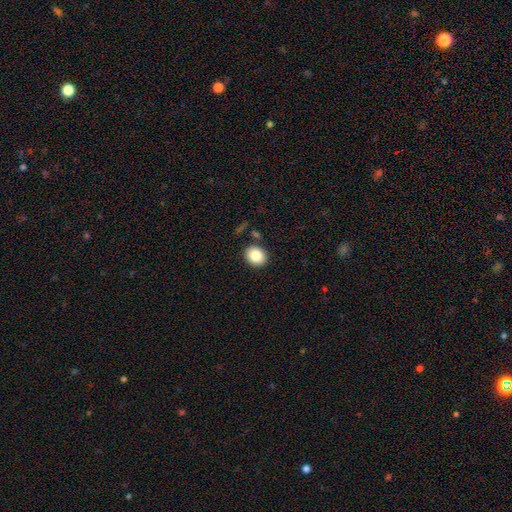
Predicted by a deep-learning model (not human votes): Smooth or featured: smooth — 85% (star or artifact — 9%)
How rounded: round — 70% (in between — 29%)
Merging: none — 87% (minor disturbance — 7%)